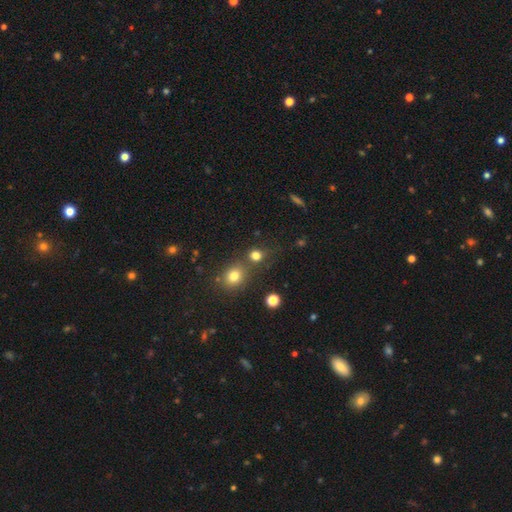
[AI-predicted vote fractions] smooth-or-featured: smooth: 76% | star or artifact: 17% | featured or disk: 7%
  how-rounded: round: 78% | in between: 20% | cigar-shaped: 1%
  merging: none: 63% | merger: 22% | minor disturbance: 10% | major disturbance: 5%